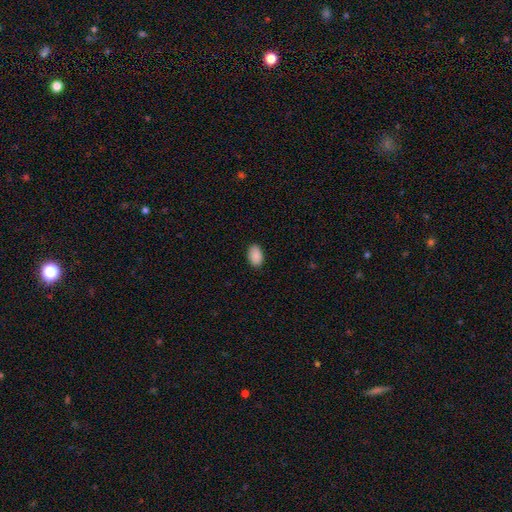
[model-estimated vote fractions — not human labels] smooth_or_featured: smooth (p=0.90) [alt: star or artifact p=0.07]
how_rounded: in between (p=0.91) [alt: round p=0.08]
merging: none (p=0.89) [alt: minor disturbance p=0.09]